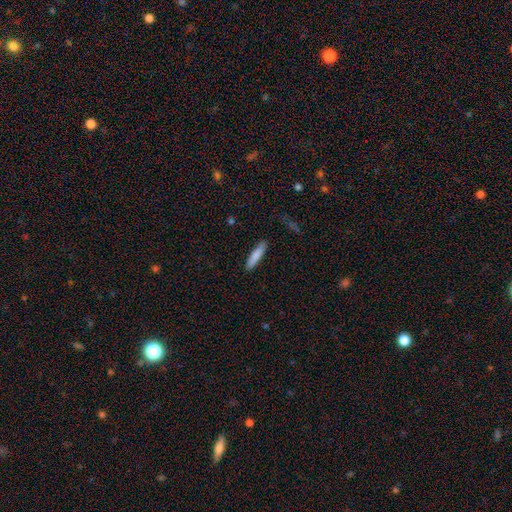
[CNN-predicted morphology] smooth_or_featured: smooth (p=0.82) [alt: featured or disk p=0.13]
how_rounded: cigar-shaped (p=0.87) [alt: in between p=0.12]
merging: none (p=0.88) [alt: minor disturbance p=0.08]